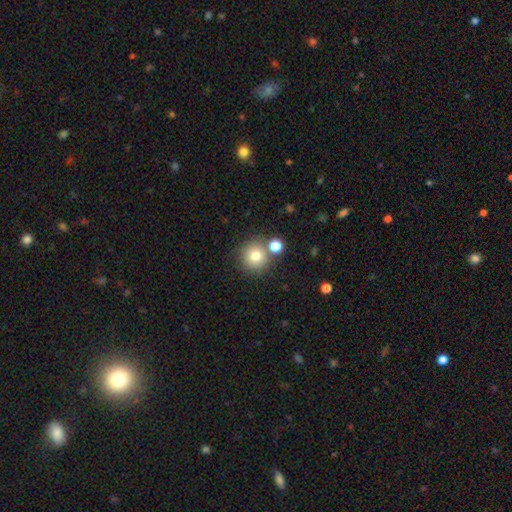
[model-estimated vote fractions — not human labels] Overall: smooth (79%). How rounded: round (93%). Merging: none (71%).